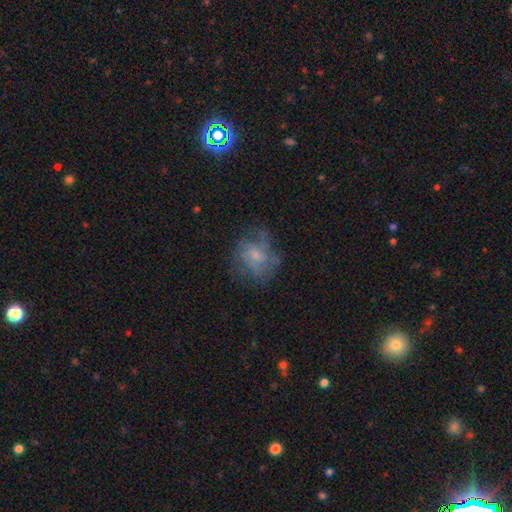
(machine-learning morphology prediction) The model was most divided on "smooth or featured": featured or disk: 52%, smooth: 37%, star or artifact: 11%. More confident: edge-on disk — no (97%); bar — no (70%); spiral arms — yes (62%); bulge size — small (54%); merging — none (52%).